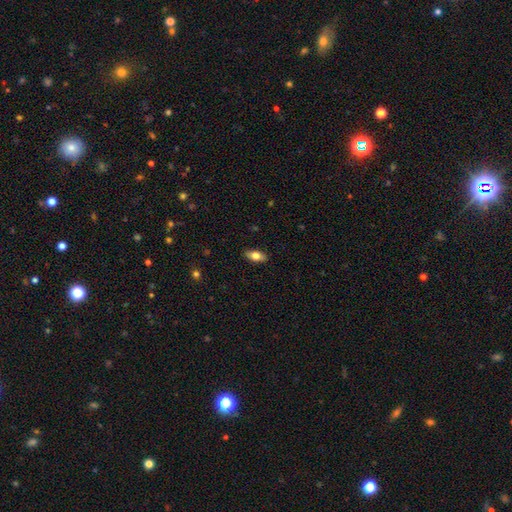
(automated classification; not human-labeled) Smooth or featured? Predicted: smooth (p=0.73). How rounded? Predicted: in between (p=0.86). Merging? Predicted: none (p=0.88).